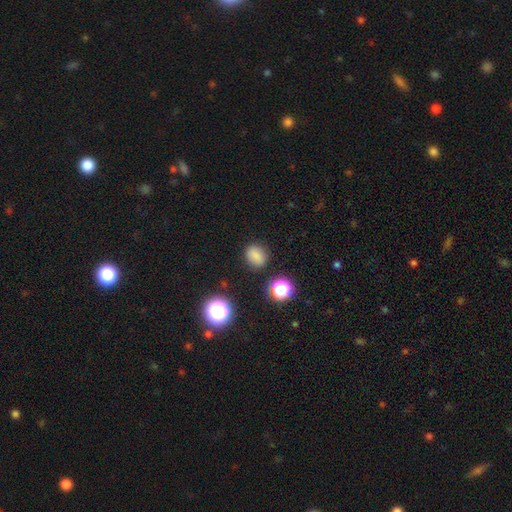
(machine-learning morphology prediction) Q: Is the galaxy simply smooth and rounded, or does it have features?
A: smooth — 79%.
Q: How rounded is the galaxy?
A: round — 52%.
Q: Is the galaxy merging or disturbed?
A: none — 82%.